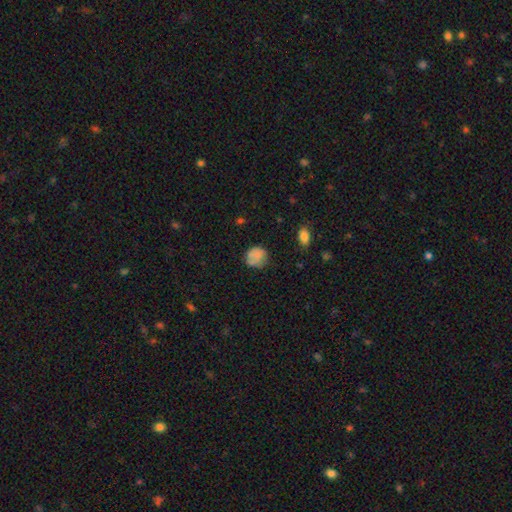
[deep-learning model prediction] A smooth galaxy with no disk features (76%) that is round (74%).

Vote fractions:
- Smooth or featured? smooth: 76% / featured or disk: 13% / star or artifact: 10%
- How rounded? round: 74% / in between: 25% / cigar-shaped: 1%
- Merging? none: 60% / minor disturbance: 26% / major disturbance: 10% / merger: 4%